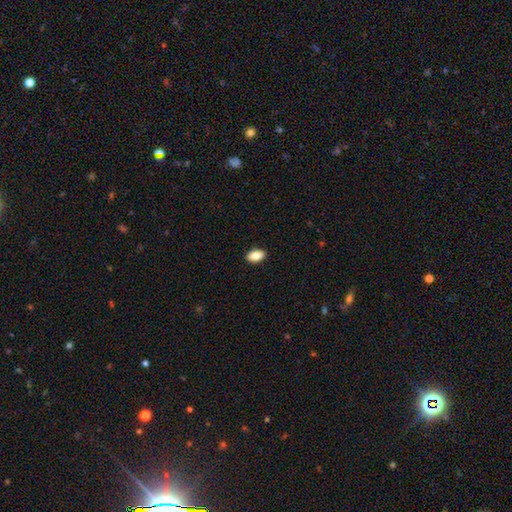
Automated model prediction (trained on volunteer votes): This appears to be a smooth galaxy with no disk features (84%) that is in between round and cigar-shaped (91%). Merging: none (90%).